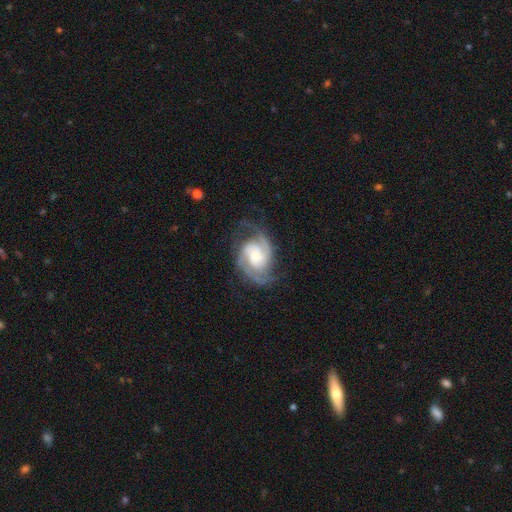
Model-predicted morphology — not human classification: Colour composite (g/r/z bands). It shows a featured or disk galaxy (88%) with no bar (57%), 2 (60%) medium (50%) spiral arms (97%) and a moderate central bulge (41%). Merging: none (66%).